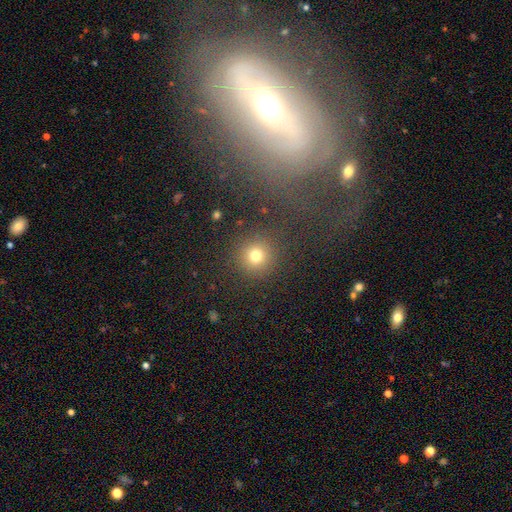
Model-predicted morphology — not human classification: Smooth or featured? Predicted: smooth (p=0.75). How rounded? Predicted: round (p=0.93). Merging? Predicted: none (p=0.85).